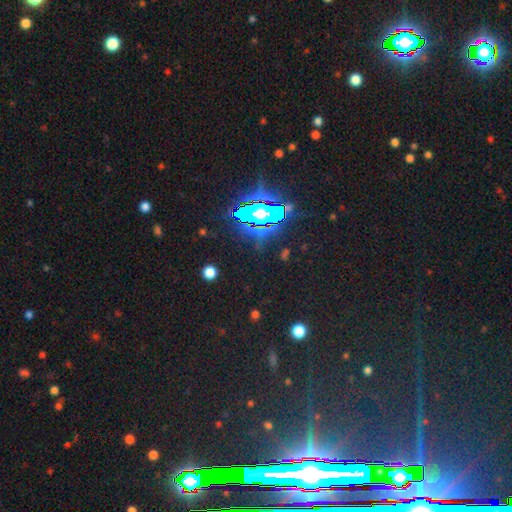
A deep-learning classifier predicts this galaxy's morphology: Smooth or featured? star or artifact (81%)